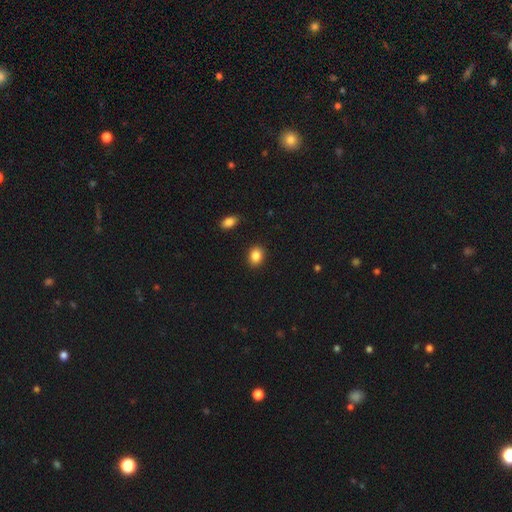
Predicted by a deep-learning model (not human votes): Smooth or featured? smooth (86%)
How rounded? in between (58%)
Merging? none (89%)